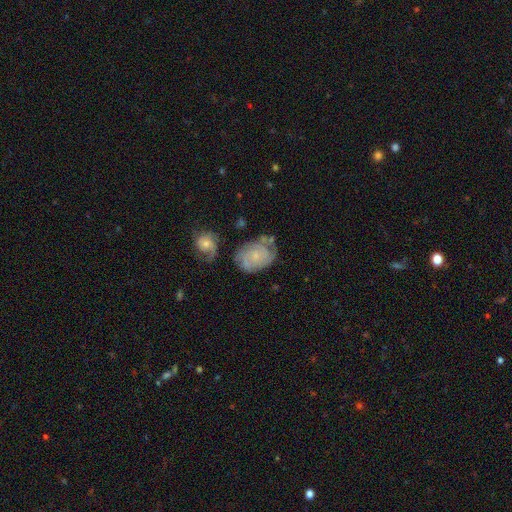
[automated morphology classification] smooth_or_featured: featured or disk (p=0.68) [alt: smooth p=0.25]
disk_edge_on: no (p=0.97) [alt: yes p=0.03]
bar: no (p=0.79) [alt: weak p=0.18]
has_spiral_arms: yes (p=0.86) [alt: no p=0.14]
spiral_winding: tight (p=0.60) [alt: medium p=0.29]
spiral_arm_count: can't tell (p=0.41) [alt: 2 p=0.28]
bulge_size: small (p=0.74) [alt: moderate p=0.17]
merging: none (p=0.55) [alt: minor disturbance p=0.24]